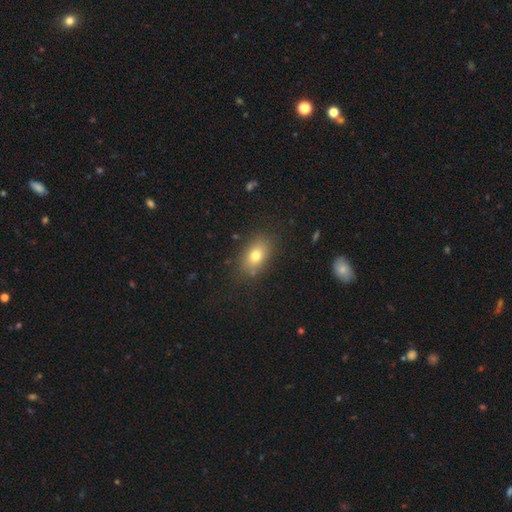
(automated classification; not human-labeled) This appears to be a smooth galaxy with no disk features (75%) that is in between round and cigar-shaped (80%). Merging: none (83%).